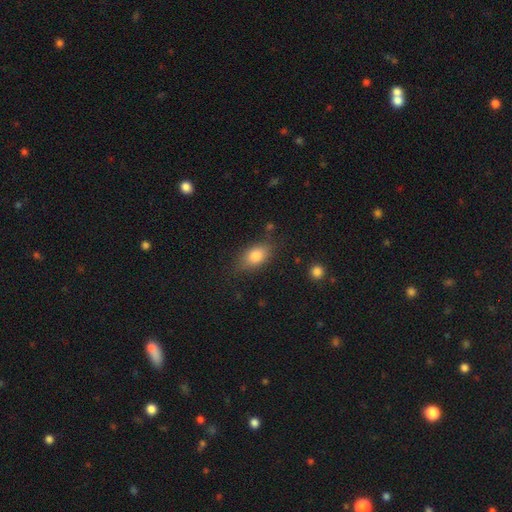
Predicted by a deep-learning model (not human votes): Smooth or featured? Predicted: smooth (p=0.81). How rounded? Predicted: in between (p=0.85). Merging? Predicted: none (p=0.75).